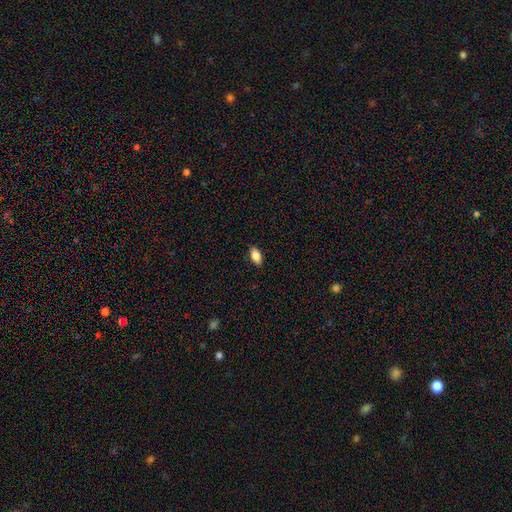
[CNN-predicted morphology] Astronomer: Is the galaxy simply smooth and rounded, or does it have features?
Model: smooth — 83%.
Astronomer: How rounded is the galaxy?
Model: in between — 89%.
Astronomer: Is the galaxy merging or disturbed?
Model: none — 88%.